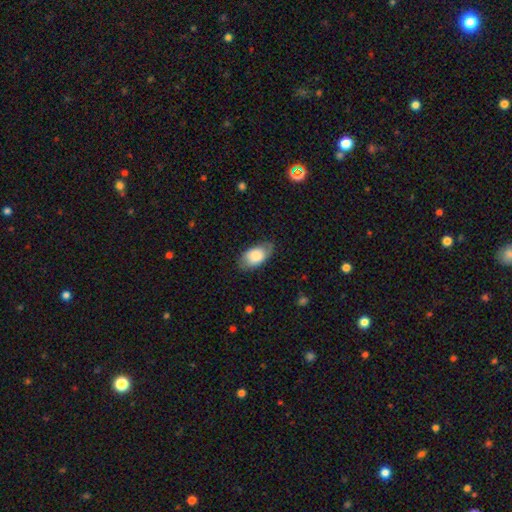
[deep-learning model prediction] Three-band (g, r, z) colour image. It shows a smooth galaxy with no disk features (78%) that is in between round and cigar-shaped (93%). Merging: none (73%).